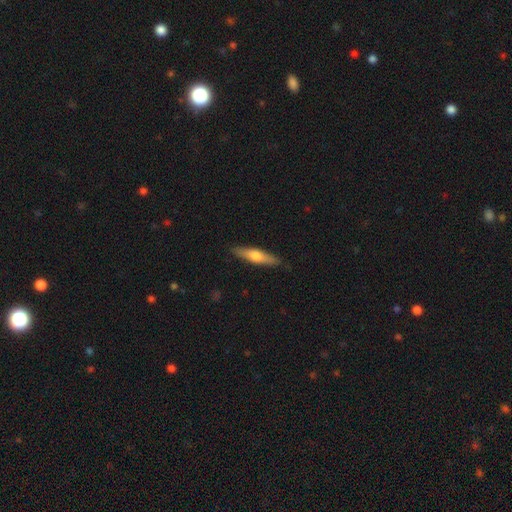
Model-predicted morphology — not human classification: Smooth or featured? Predicted: smooth (p=0.56). How rounded? Predicted: cigar-shaped (p=0.78). Merging? Predicted: none (p=0.88).